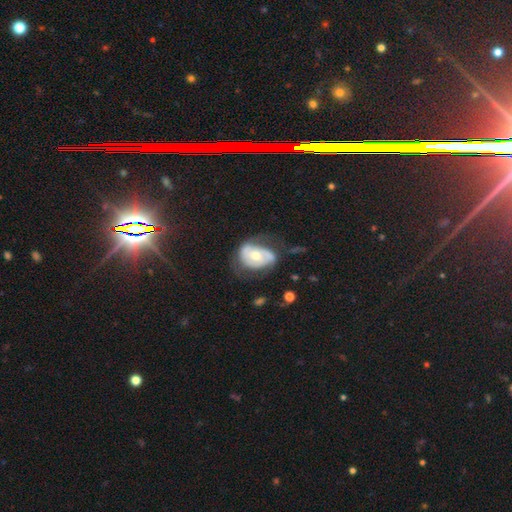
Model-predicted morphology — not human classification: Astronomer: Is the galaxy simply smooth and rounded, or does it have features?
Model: featured or disk — 64%.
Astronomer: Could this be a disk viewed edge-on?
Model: no — 96%.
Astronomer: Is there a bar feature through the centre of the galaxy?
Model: no — 62%.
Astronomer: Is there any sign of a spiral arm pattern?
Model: yes — 73%.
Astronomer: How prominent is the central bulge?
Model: moderate — 67%.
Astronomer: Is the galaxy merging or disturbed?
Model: none — 43% (runner-up: minor disturbance, 29%).